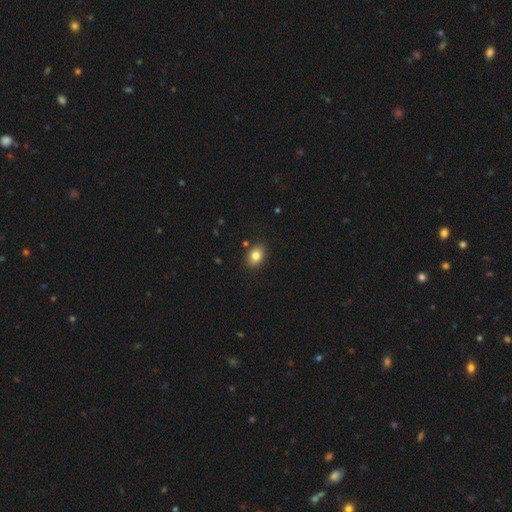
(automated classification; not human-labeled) Smooth or featured? Predicted: smooth (p=0.83). How rounded? Predicted: in between (p=0.71). Merging? Predicted: none (p=0.85).